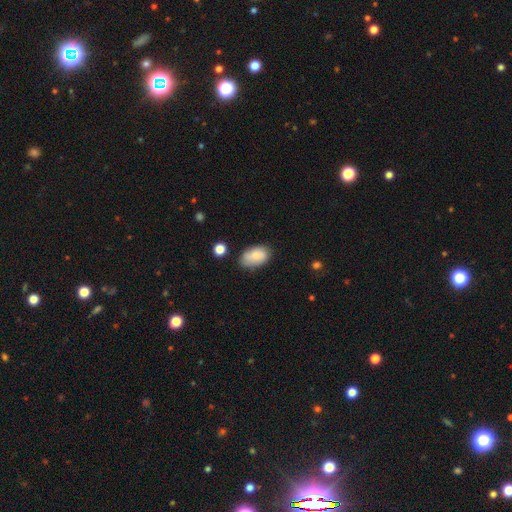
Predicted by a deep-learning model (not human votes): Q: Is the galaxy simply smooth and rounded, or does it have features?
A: smooth — 81%.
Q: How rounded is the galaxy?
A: in between — 91%.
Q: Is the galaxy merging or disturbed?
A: none — 68%.